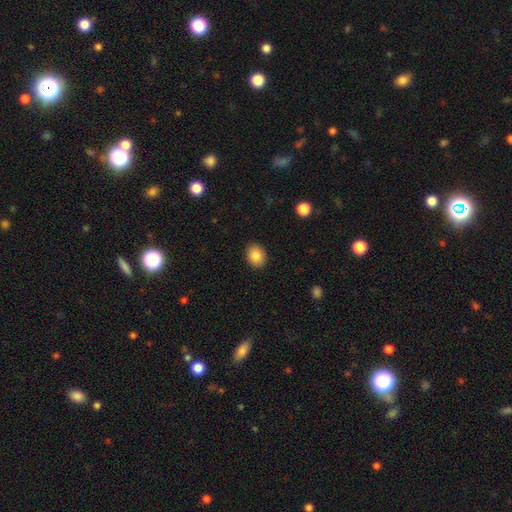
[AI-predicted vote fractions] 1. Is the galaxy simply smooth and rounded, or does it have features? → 87% smooth, 8% star or artifact, 5% featured or disk.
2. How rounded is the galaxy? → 52% in between, 47% round, 1% cigar-shaped.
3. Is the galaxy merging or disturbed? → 89% none, 8% minor disturbance, 2% major disturbance, 1% merger.